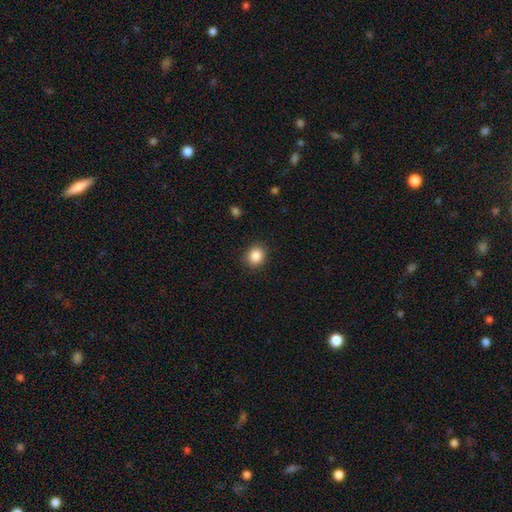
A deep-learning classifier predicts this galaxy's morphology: A smooth galaxy with no disk features (87%) that is round (77%).

Vote fractions:
- Smooth or featured? smooth: 87% / star or artifact: 9% / featured or disk: 4%
- How rounded? round: 77% / in between: 22% / cigar-shaped: 1%
- Merging? none: 89% / minor disturbance: 7% / major disturbance: 2% / merger: 1%